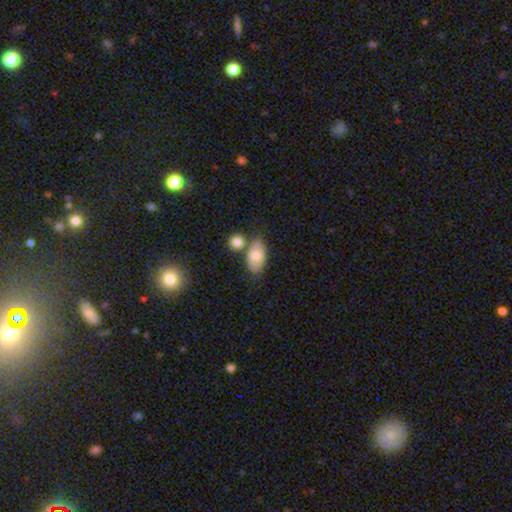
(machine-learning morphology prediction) smooth 78%, featured or disk 15%, star or artifact 7%. Down the decision tree: how rounded — in between (90%); merging — none (52%).